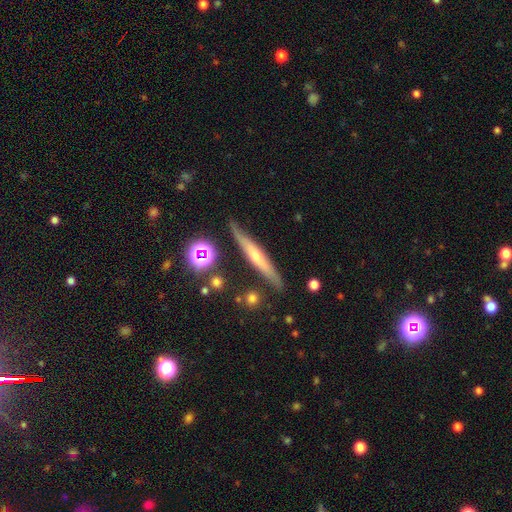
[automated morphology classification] This appears to be a featured or disk galaxy (58%) viewed edge-on (93%) with a rounded central bulge (62%). Merging: none (83%).